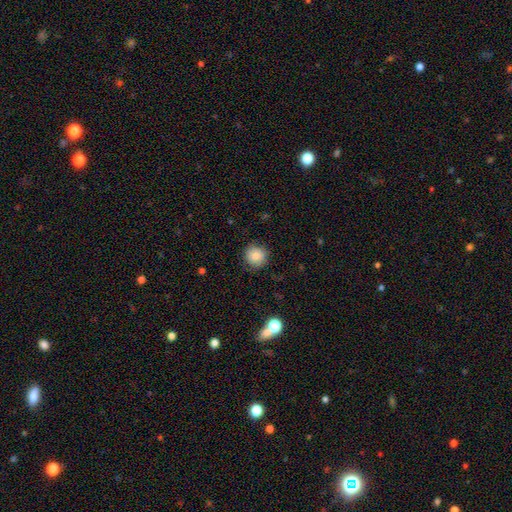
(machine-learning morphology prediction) The model was most divided on "merging": none: 85%, minor disturbance: 11%, major disturbance: 3%, merger: 1%. More confident: how rounded — round (93%); smooth or featured — smooth (85%).